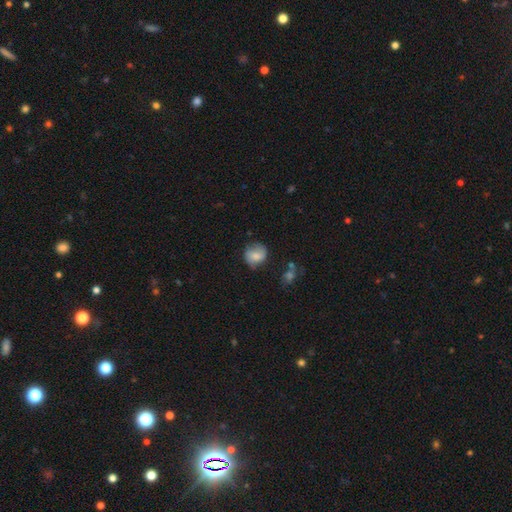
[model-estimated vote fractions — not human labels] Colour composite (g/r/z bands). It shows a smooth galaxy with no disk features (63%) that is round (75%). Merging: none (64%).